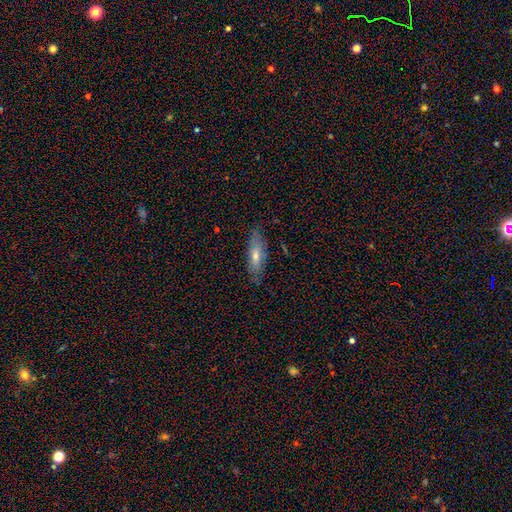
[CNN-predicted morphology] smooth-or-featured: smooth: 54% | featured or disk: 38% | star or artifact: 8%
  how-rounded: cigar-shaped: 49% | in between: 48% | round: 2%
  merging: none: 80% | minor disturbance: 16% | major disturbance: 3% | merger: 1%